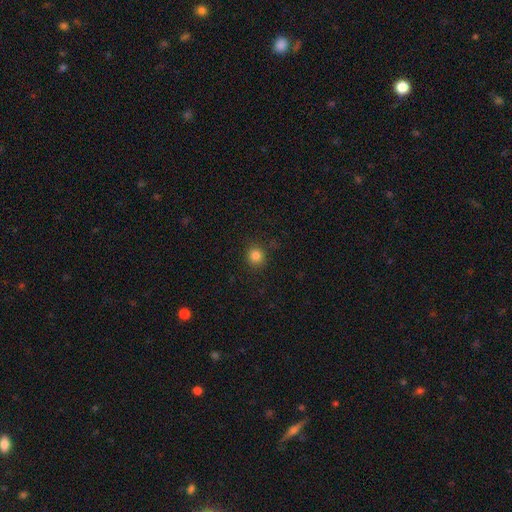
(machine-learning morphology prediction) Smooth or featured: smooth — 83% (star or artifact — 12%)
How rounded: round — 89% (in between — 10%)
Merging: none — 88% (minor disturbance — 8%)